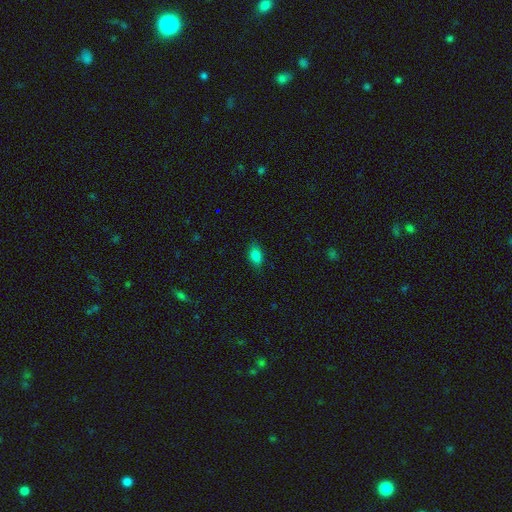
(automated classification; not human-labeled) Smooth or featured?
  - smooth: 79% *
  - star or artifact: 12%
  - featured or disk: 9%
How rounded?
  - in between: 83% *
  - round: 12%
  - cigar-shaped: 5%
Merging?
  - none: 81% *
  - minor disturbance: 15%
  - major disturbance: 3%
  - merger: 1%